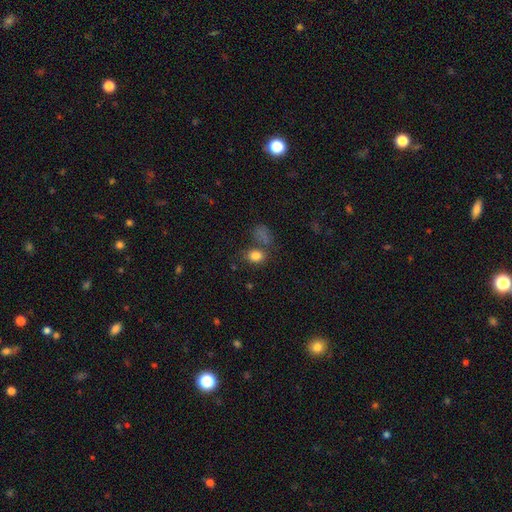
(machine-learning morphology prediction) This appears to be a smooth galaxy with no disk features (82%) that is in between round and cigar-shaped (66%). Merging: none (60%).